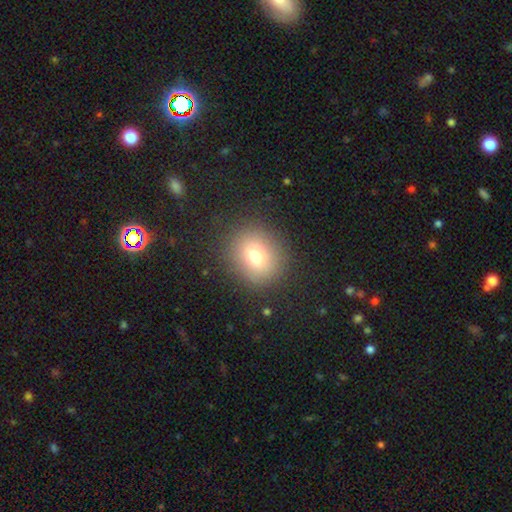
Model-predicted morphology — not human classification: This is likely a smooth galaxy (74%). How rounded: likely round (76%). Merging: clearly none (87%).